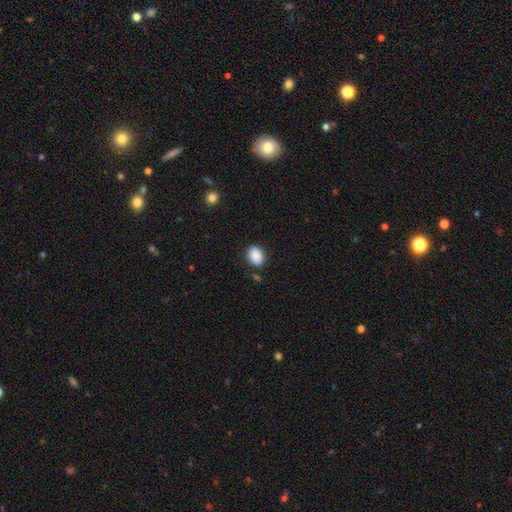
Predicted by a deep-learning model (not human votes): This is clearly a smooth galaxy (89%). How rounded: likely in between (69%). Merging: clearly none (83%).